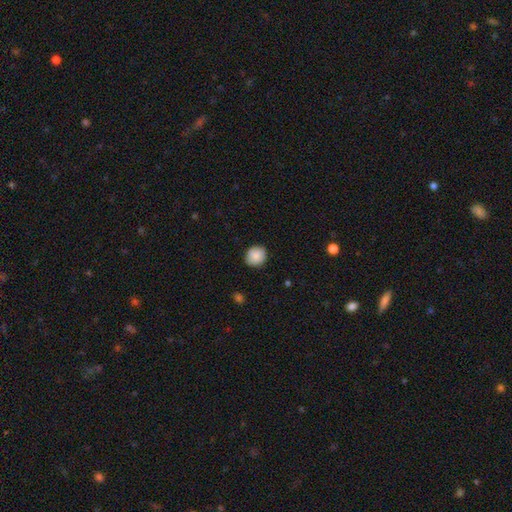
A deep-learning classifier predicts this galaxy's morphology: type=smooth (88%); roundness=round (86%); merging=none (88%).